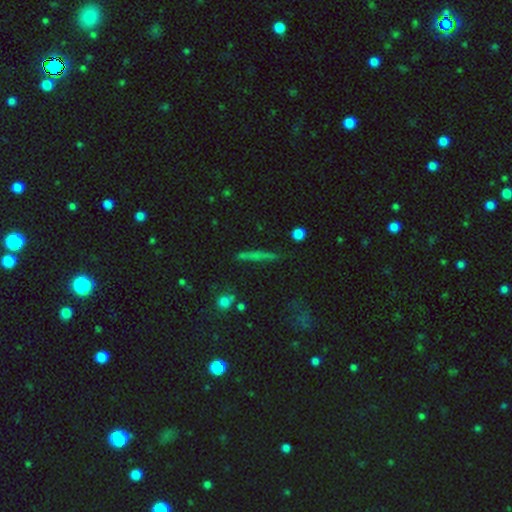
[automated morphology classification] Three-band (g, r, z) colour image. It shows a smooth galaxy with no disk features (50%) that is cigar-shaped (88%). Merging: none (86%).